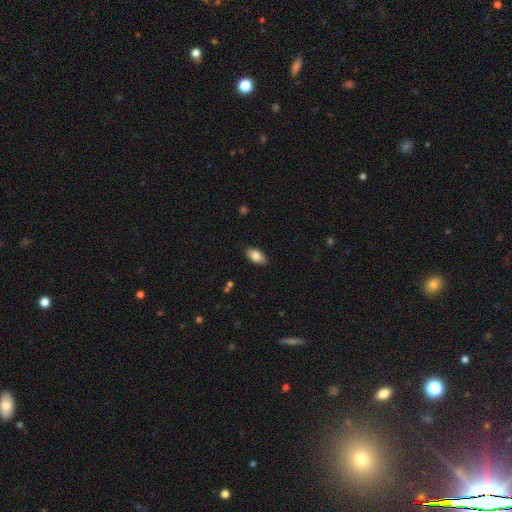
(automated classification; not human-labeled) smooth_or_featured: smooth (p=0.83) [alt: featured or disk p=0.11]
how_rounded: in between (p=0.92) [alt: cigar-shaped p=0.04]
merging: none (p=0.86) [alt: minor disturbance p=0.11]